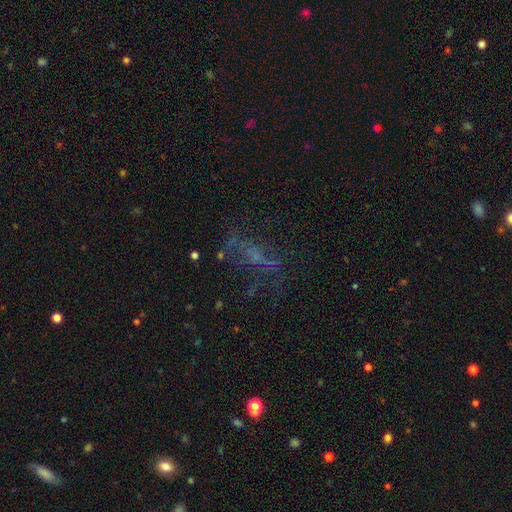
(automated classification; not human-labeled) smooth_or_featured: featured or disk (p=0.44) [alt: star or artifact p=0.31]
merging: none (p=0.51) [alt: major disturbance p=0.28]